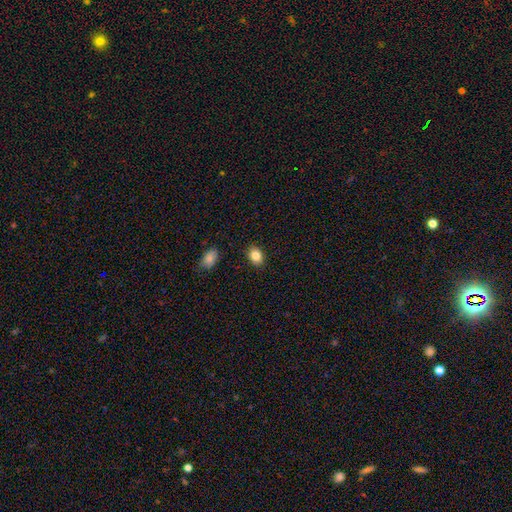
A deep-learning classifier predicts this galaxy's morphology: The model was most divided on "how rounded": in between: 70%, round: 29%, cigar-shaped: 1%. More confident: merging — none (89%); smooth or featured — smooth (84%).